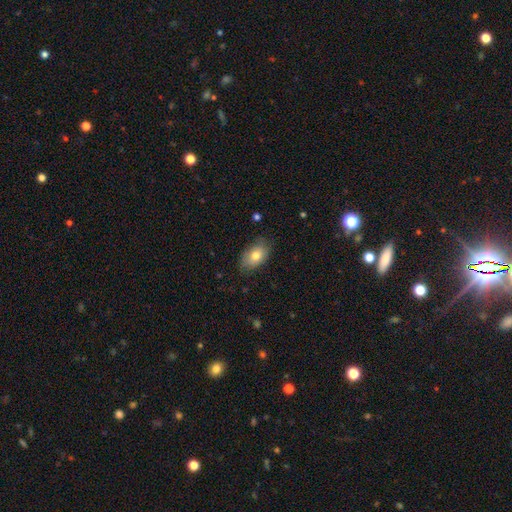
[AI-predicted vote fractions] smooth-or-featured: smooth: 76% | featured or disk: 16% | star or artifact: 8%
  how-rounded: in between: 89% | round: 10% | cigar-shaped: 2%
  merging: none: 77% | minor disturbance: 18% | major disturbance: 3% | merger: 1%